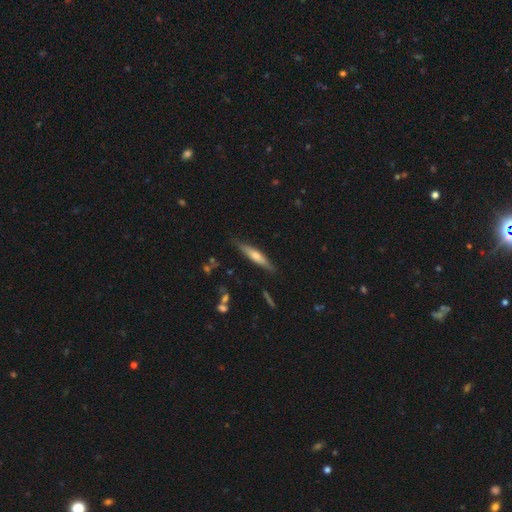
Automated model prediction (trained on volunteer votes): This is possibly a smooth galaxy (47%, tied with featured or disk). Merging: clearly none (83%).